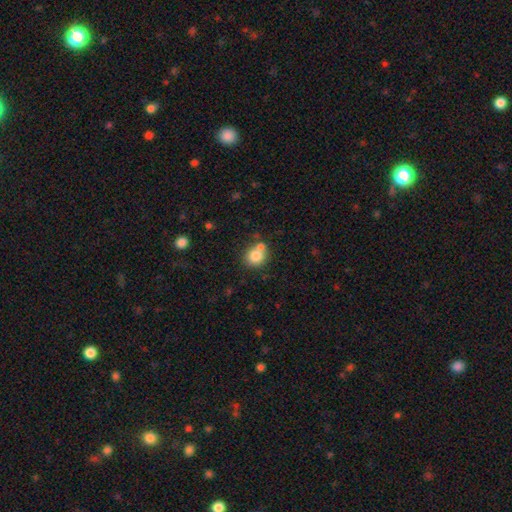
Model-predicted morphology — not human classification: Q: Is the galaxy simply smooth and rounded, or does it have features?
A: smooth — 80%.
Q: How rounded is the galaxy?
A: round — 84%.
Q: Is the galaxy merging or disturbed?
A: none — 57%.